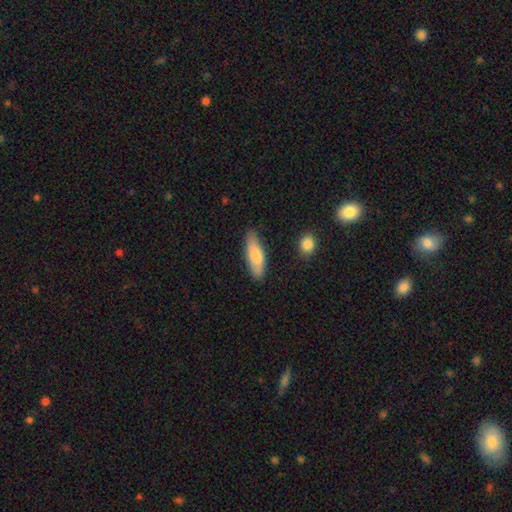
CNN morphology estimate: smooth_or_featured: smooth (p=0.78) [alt: featured or disk p=0.16]
how_rounded: in between (p=0.57) [alt: cigar-shaped p=0.41]
merging: none (p=0.82) [alt: minor disturbance p=0.13]